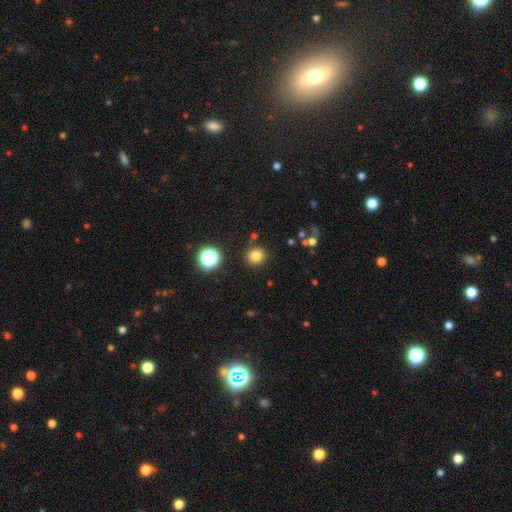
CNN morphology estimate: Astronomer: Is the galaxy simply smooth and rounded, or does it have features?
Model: smooth — 80%.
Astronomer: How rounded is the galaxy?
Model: round — 93%.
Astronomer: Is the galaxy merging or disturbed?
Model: none — 87%.